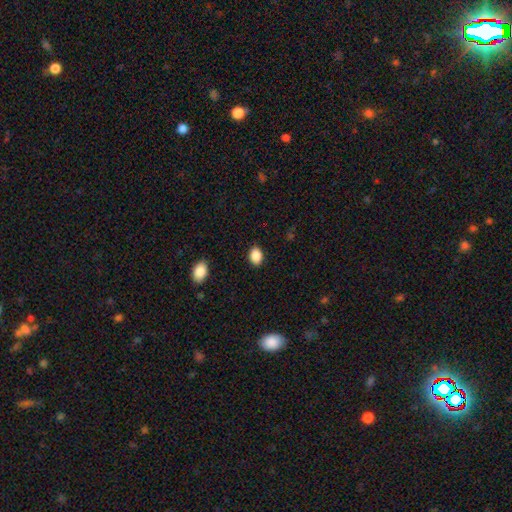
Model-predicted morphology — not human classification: Smooth or featured?
  - smooth: 88% *
  - star or artifact: 8%
  - featured or disk: 4%
How rounded?
  - in between: 72% *
  - round: 27%
  - cigar-shaped: 1%
Merging?
  - none: 88% *
  - minor disturbance: 8%
  - major disturbance: 2%
  - merger: 1%